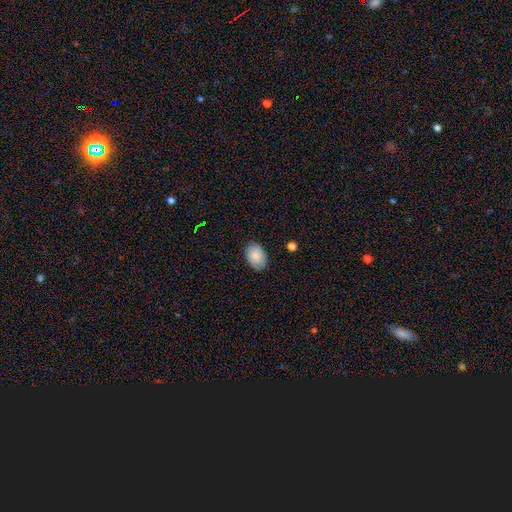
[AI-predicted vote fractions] A smooth galaxy with no disk features (85%) that is in between round and cigar-shaped (82%).

Vote fractions:
- Smooth or featured? smooth: 85% / featured or disk: 8% / star or artifact: 7%
- How rounded? in between: 82% / round: 17% / cigar-shaped: 1%
- Merging? none: 83% / minor disturbance: 13% / major disturbance: 3% / merger: 1%